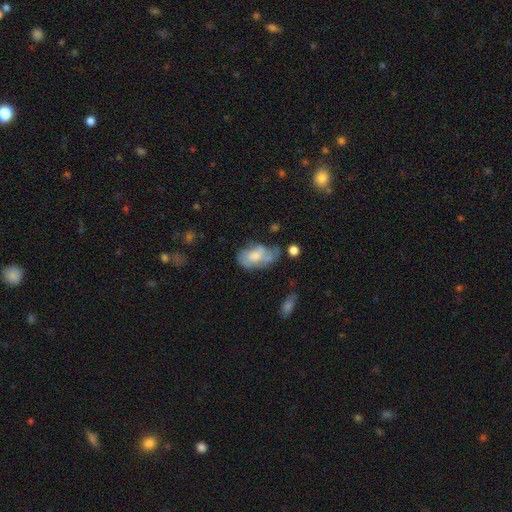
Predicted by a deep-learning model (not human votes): Smooth or featured: smooth — 53% (featured or disk — 40%)
How rounded: in between — 91% (round — 7%)
Merging: minor disturbance — 33% (tied with none — 33%)